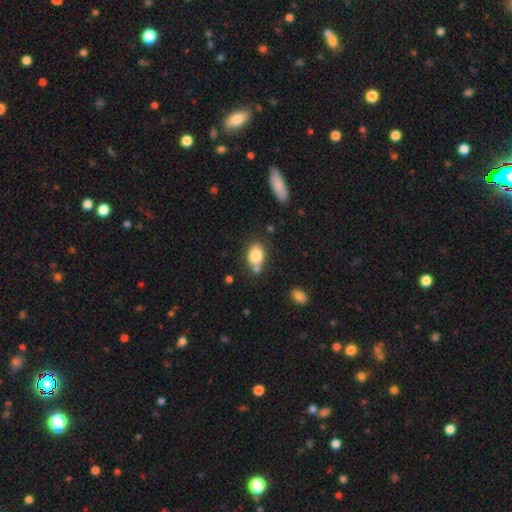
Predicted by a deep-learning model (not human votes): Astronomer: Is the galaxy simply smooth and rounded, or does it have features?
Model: smooth — 83%.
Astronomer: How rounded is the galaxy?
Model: in between — 76%.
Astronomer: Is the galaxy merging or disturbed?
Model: none — 62%.